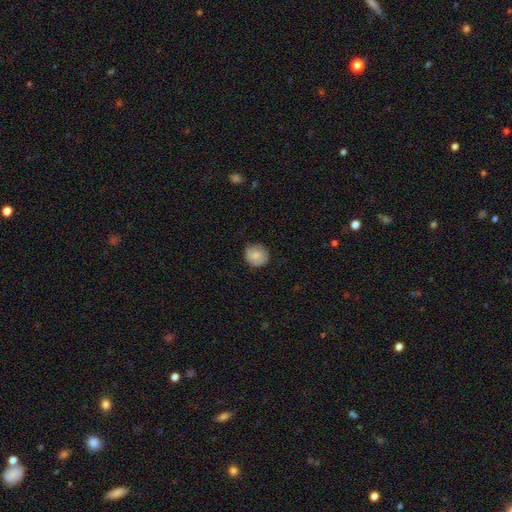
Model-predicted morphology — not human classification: Smooth or featured? Predicted: smooth (p=0.81). How rounded? Predicted: round (p=0.87). Merging? Predicted: none (p=0.80).